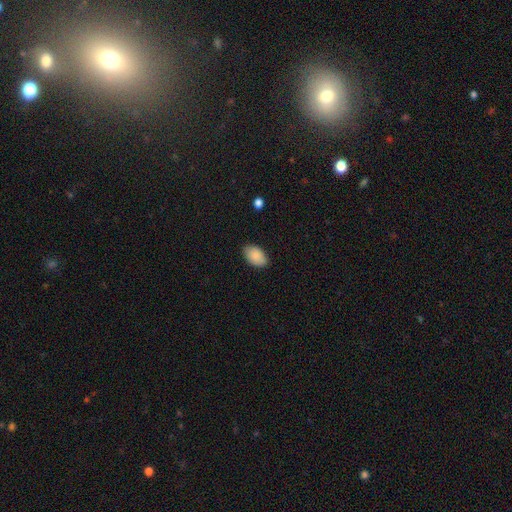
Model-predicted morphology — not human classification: type=smooth (89%); roundness=in between (92%); merging=none (84%).